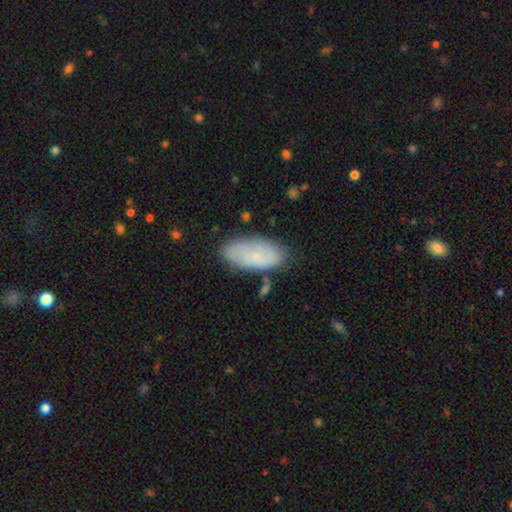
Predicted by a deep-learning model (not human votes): This is likely a smooth galaxy (69%). How rounded: clearly in between (89%). Merging: likely none (72%).